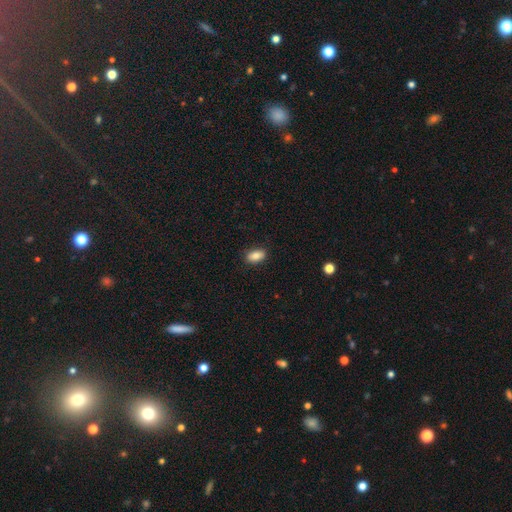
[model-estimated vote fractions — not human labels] A smooth galaxy with no disk features (85%) that is in between round and cigar-shaped (91%).

Vote fractions:
- Smooth or featured? smooth: 85% / star or artifact: 8% / featured or disk: 7%
- How rounded? in between: 91% / round: 5% / cigar-shaped: 4%
- Merging? none: 87% / minor disturbance: 10% / major disturbance: 2% / merger: 1%